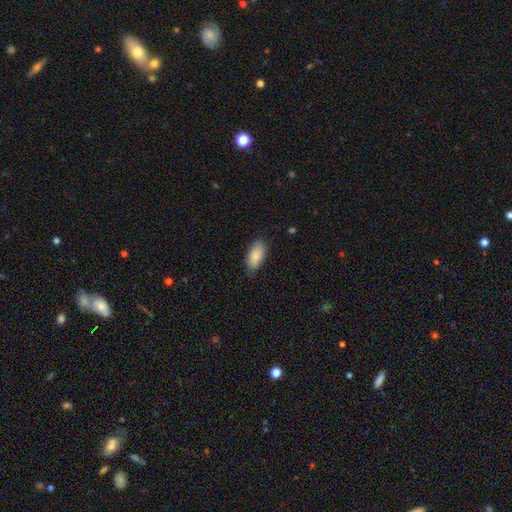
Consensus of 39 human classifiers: This is clearly a smooth galaxy (87%). How rounded: clearly in between (91%). Merging: likely none (73%).